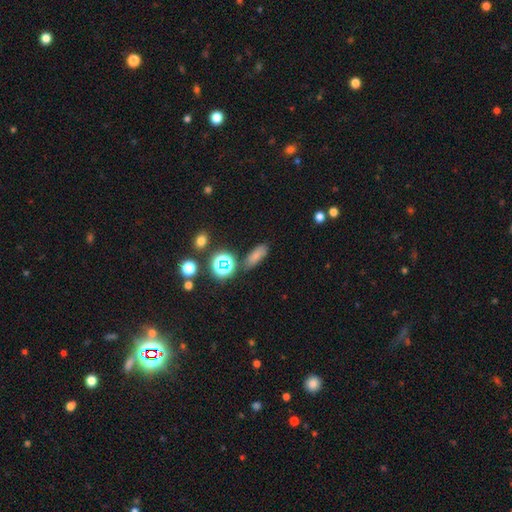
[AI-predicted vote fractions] Smooth or featured: smooth — 68% (star or artifact — 21%)
How rounded: in between — 70% (cigar-shaped — 20%)
Merging: none — 75% (minor disturbance — 15%)